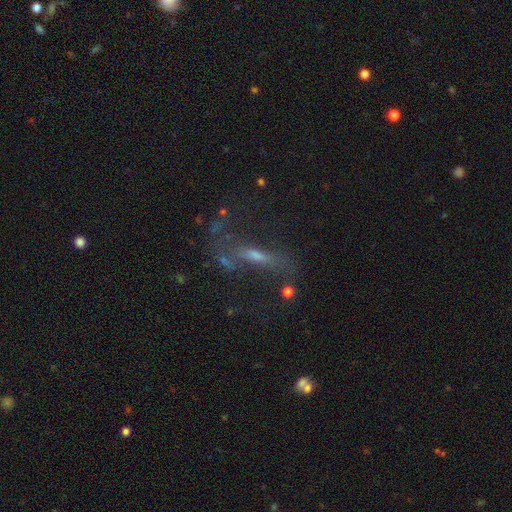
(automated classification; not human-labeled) featured or disk 56%, smooth 27%, star or artifact 17%. Down the decision tree: edge-on disk — no (52%); merging — none (52%).